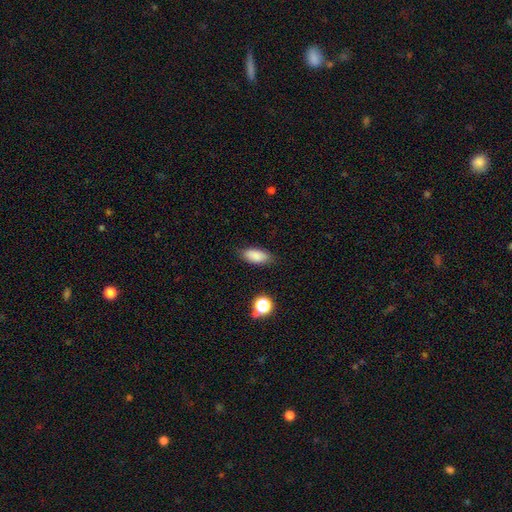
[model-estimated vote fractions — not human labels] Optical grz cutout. It shows a smooth galaxy with no disk features (86%) that is in between round and cigar-shaped (86%). Merging: none (83%).